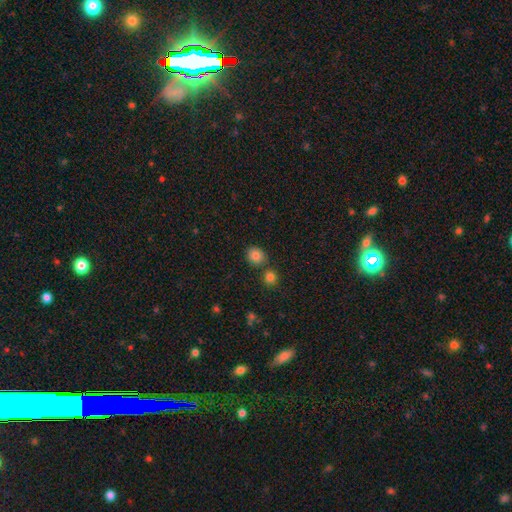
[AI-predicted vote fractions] Smooth or featured?
  - smooth: 84% *
  - star or artifact: 11%
  - featured or disk: 5%
How rounded?
  - round: 76% *
  - in between: 23%
  - cigar-shaped: 1%
Merging?
  - none: 76% *
  - merger: 13%
  - minor disturbance: 9%
  - major disturbance: 2%